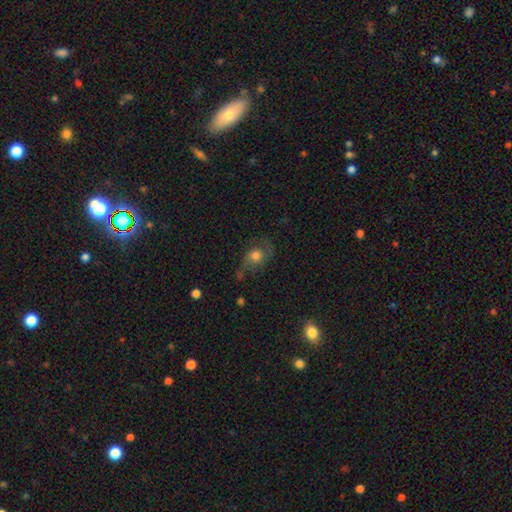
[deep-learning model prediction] Smooth or featured? smooth (51%)
How rounded? round (51%)
Merging? none (51%)